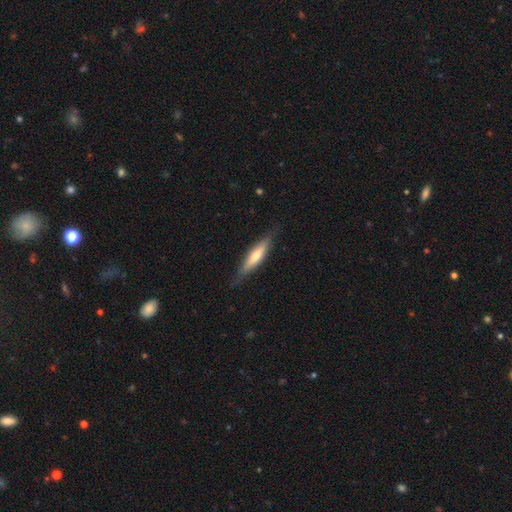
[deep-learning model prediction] This appears to be a smooth galaxy with no disk features (50%) that is cigar-shaped (81%). Merging: none (81%).